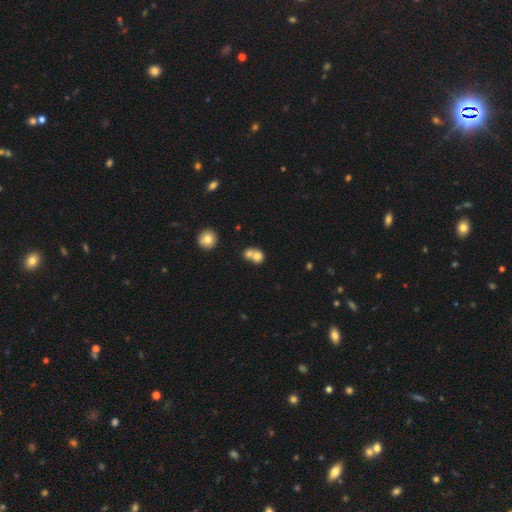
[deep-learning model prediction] Smooth or featured: smooth — 74% (featured or disk — 15%)
How rounded: round — 71% (in between — 28%)
Merging: merger — 62% (none — 29%)